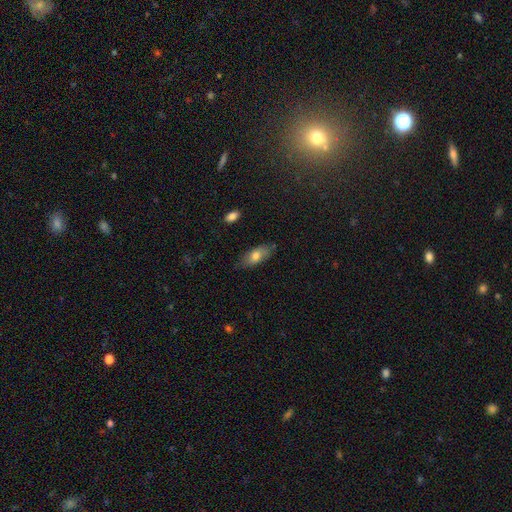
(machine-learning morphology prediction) smooth_or_featured: smooth (p=0.74) [alt: featured or disk p=0.19]
how_rounded: in between (p=0.83) [alt: cigar-shaped p=0.14]
merging: none (p=0.75) [alt: minor disturbance p=0.19]